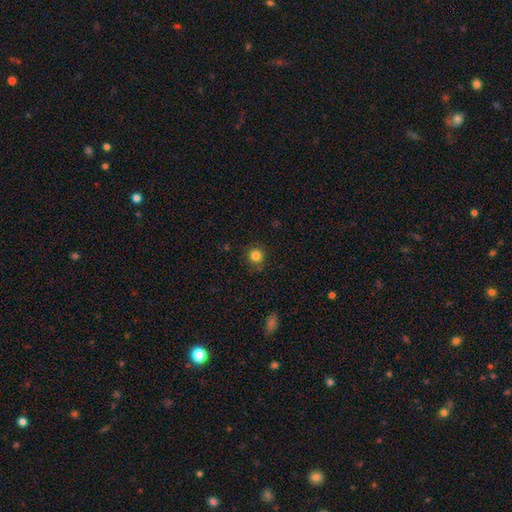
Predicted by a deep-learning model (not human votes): Morphology: type=smooth (83%); roundness=round (93%); merging=none (85%).